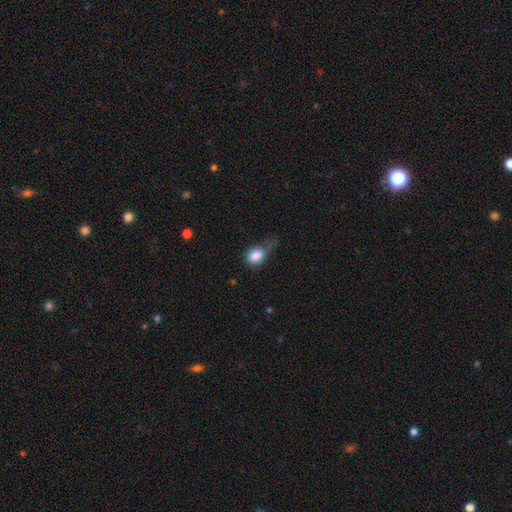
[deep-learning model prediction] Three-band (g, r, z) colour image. It shows a smooth galaxy with no disk features (83%) that is in between round and cigar-shaped (54%). Merging: major disturbance (34%, tied with minor disturbance).